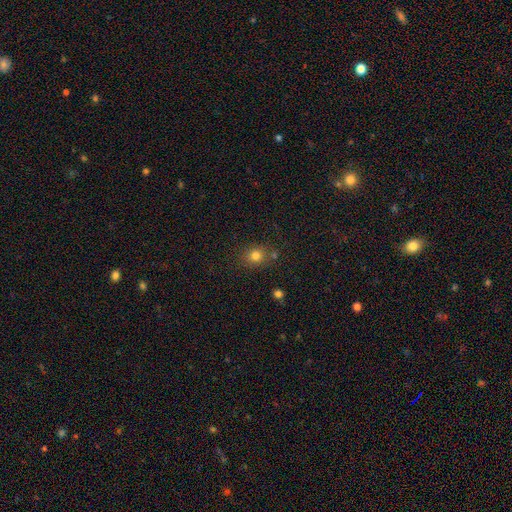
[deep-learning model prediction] A smooth galaxy with no disk features (79%) that is round (75%). Merging: none (77%).